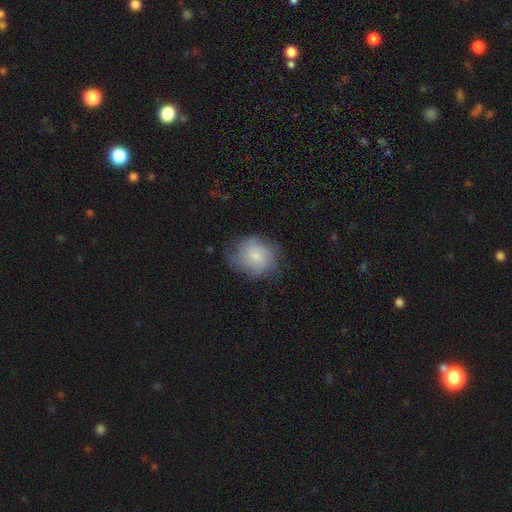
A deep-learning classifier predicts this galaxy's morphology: Smooth or featured?
  - smooth: 50% *
  - featured or disk: 42%
  - star or artifact: 8%
How rounded?
  - round: 57% *
  - in between: 42%
  - cigar-shaped: 1%
Merging?
  - none: 65% *
  - minor disturbance: 24%
  - major disturbance: 10%
  - merger: 1%